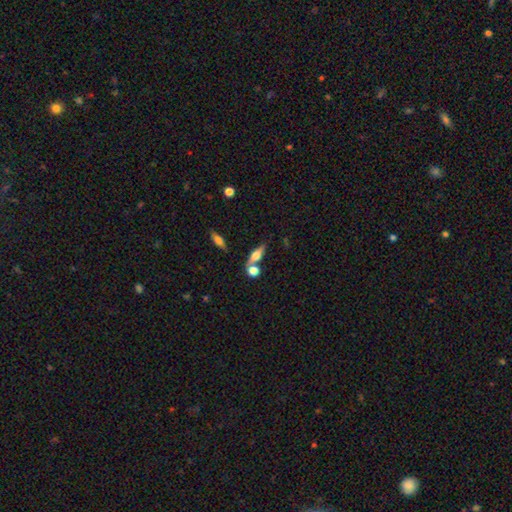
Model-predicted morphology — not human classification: This appears to be a smooth galaxy with no disk features (49%). Merging: none (61%).